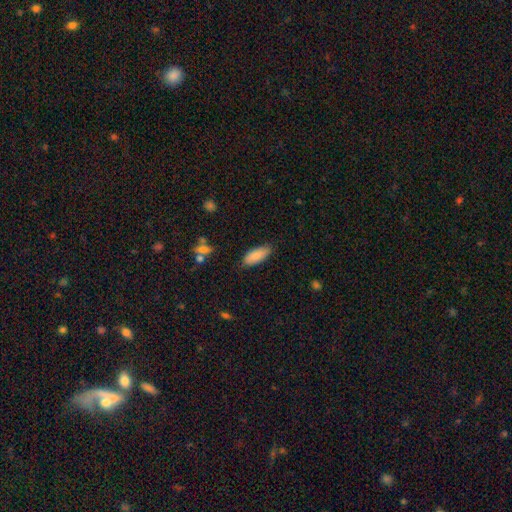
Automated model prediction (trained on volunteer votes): Morphology: type=smooth (86%); roundness=in between (80%); merging=none (83%).